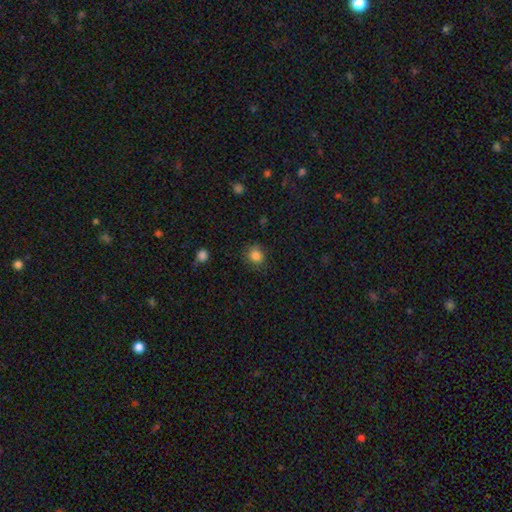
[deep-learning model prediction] Morphology: type=smooth (84%); roundness=round (81%); merging=none (80%).